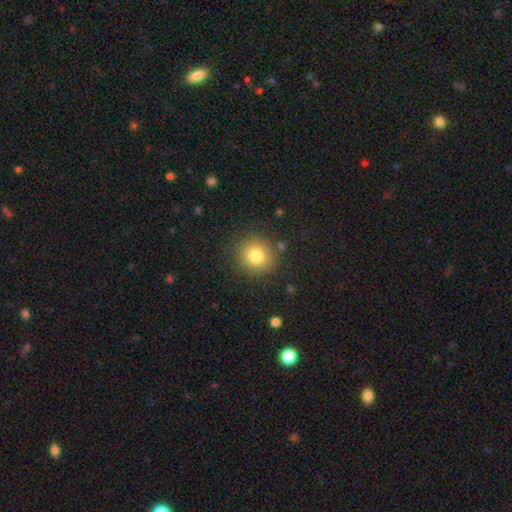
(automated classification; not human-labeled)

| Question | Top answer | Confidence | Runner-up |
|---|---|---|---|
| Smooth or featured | smooth | 81% | star or artifact (12%) |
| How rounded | round | 89% | in between (10%) |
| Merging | none | 86% | minor disturbance (9%) |